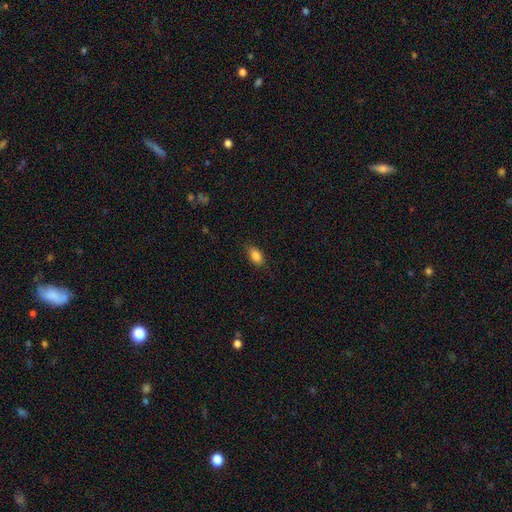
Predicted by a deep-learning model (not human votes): Smooth or featured: smooth — 86% (star or artifact — 8%)
How rounded: in between — 88% (round — 9%)
Merging: none — 82% (minor disturbance — 14%)